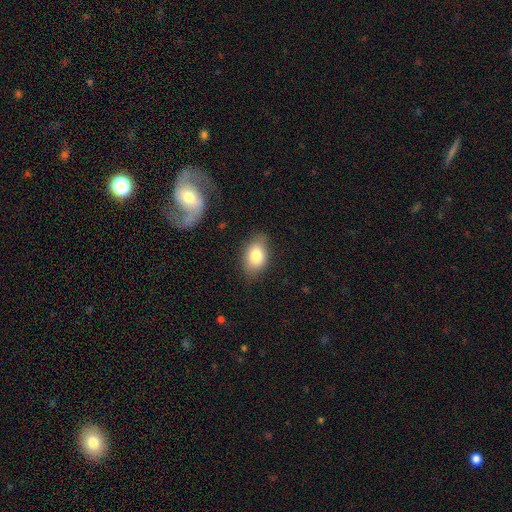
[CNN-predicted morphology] The model was most divided on "merging": none: 78%, minor disturbance: 17%, major disturbance: 4%, merger: 2%. More confident: how rounded — in between (86%); smooth or featured — smooth (80%).